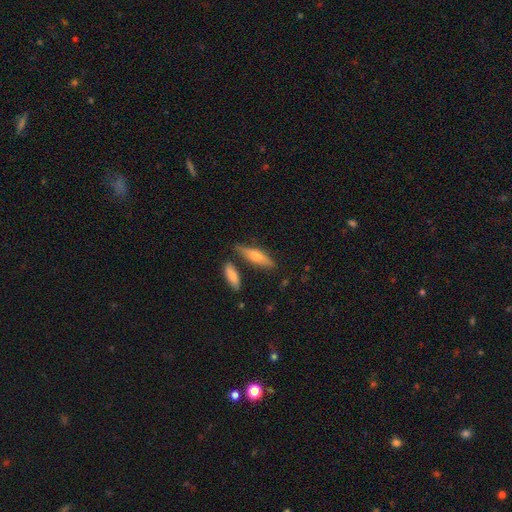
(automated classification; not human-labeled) Smooth or featured?
  - smooth: 53% *
  - featured or disk: 40%
  - star or artifact: 7%
How rounded?
  - cigar-shaped: 68% *
  - in between: 30%
  - round: 2%
Merging?
  - none: 72% *
  - minor disturbance: 15%
  - merger: 9%
  - major disturbance: 4%